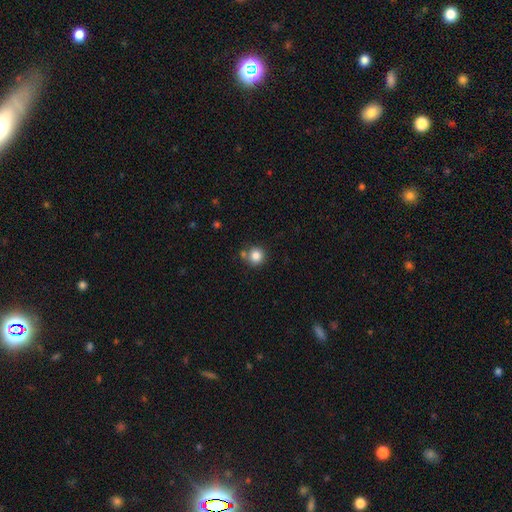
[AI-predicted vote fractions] Q: Smooth or featured?
A: smooth (83%); runner-up: star or artifact (11%)
Q: How rounded?
A: round (92%); runner-up: in between (7%)
Q: Merging?
A: none (72%); runner-up: merger (13%)